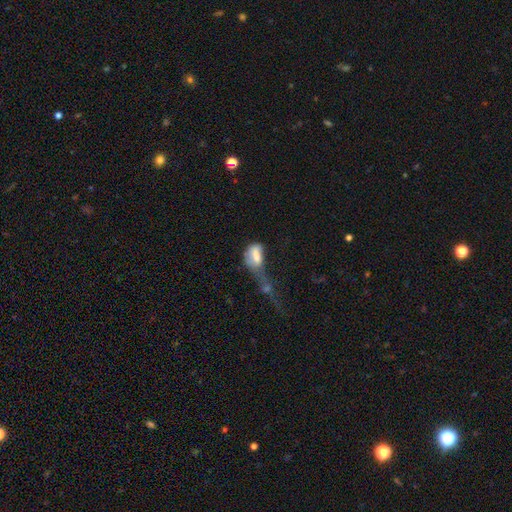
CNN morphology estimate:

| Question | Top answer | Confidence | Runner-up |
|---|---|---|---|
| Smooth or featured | smooth | 67% | featured or disk (23%) |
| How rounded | in between | 83% | round (12%) |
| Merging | major disturbance | 41% | merger (34%) |